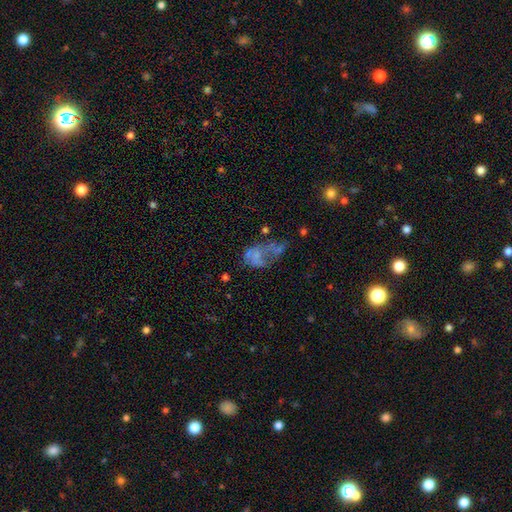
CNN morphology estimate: The model was most divided on "smooth or featured" (2-way tie): featured or disk: 42%, smooth: 42%, star or artifact: 16%. Remaining: merging — major disturbance (41%).